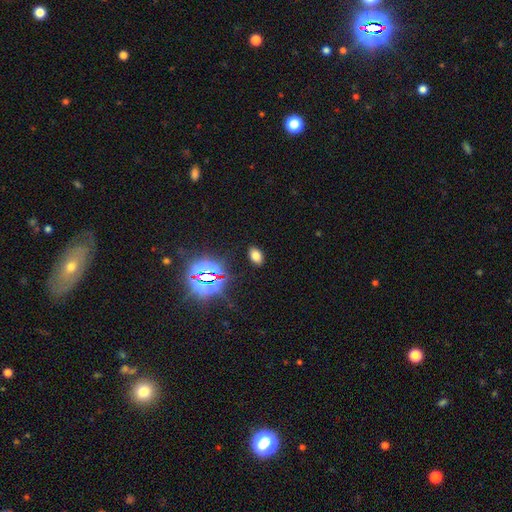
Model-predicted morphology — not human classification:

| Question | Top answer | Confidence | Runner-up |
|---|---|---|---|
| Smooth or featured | smooth | 69% | star or artifact (24%) |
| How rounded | in between | 89% | round (10%) |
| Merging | none | 88% | minor disturbance (8%) |